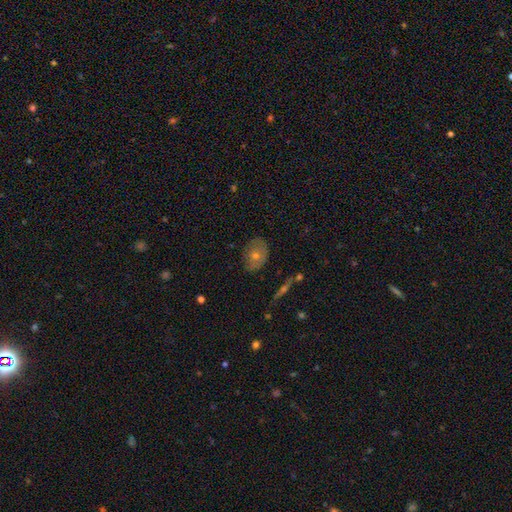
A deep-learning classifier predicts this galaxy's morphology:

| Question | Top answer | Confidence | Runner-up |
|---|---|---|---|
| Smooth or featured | smooth | 47% | featured or disk (39%) |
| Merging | none | 76% | minor disturbance (17%) |